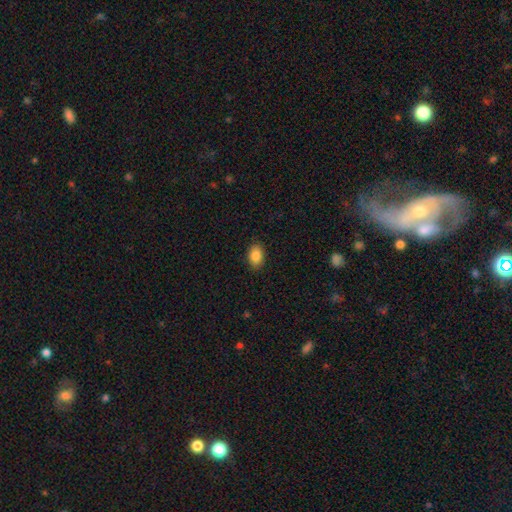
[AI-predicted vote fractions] smooth-or-featured: smooth: 87% | star or artifact: 8% | featured or disk: 5%
  how-rounded: in between: 83% | round: 15% | cigar-shaped: 1%
  merging: none: 88% | minor disturbance: 9% | major disturbance: 2% | merger: 1%